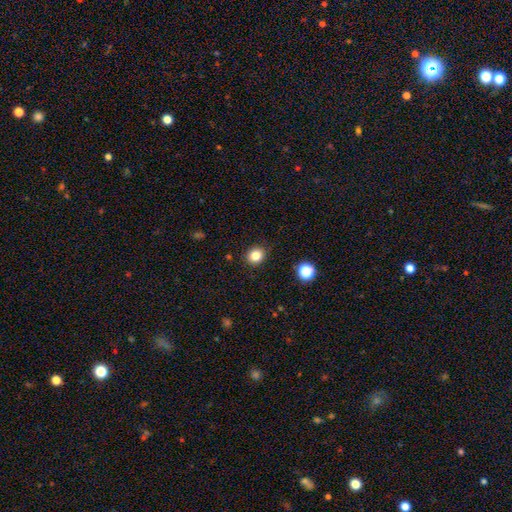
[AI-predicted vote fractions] This appears to be a smooth galaxy with no disk features (83%) that is round (75%). Merging: none (90%).